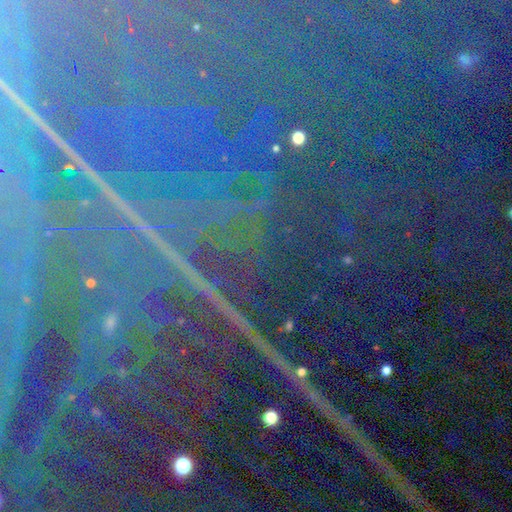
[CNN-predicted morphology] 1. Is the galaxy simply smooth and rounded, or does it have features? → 86% star or artifact, 8% featured or disk, 6% smooth.